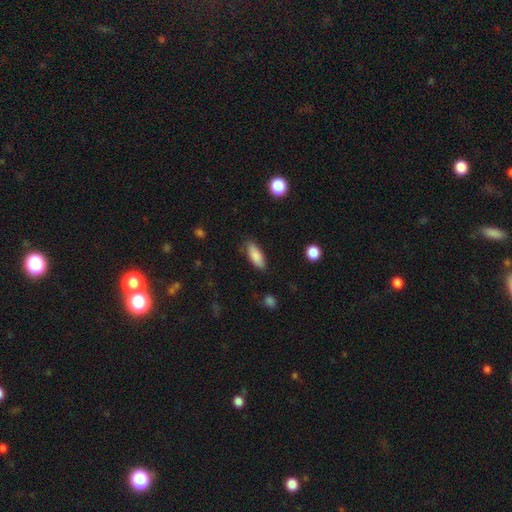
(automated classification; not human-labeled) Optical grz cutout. It shows a smooth galaxy with no disk features (85%) that is in between round and cigar-shaped (71%). Merging: none (82%).